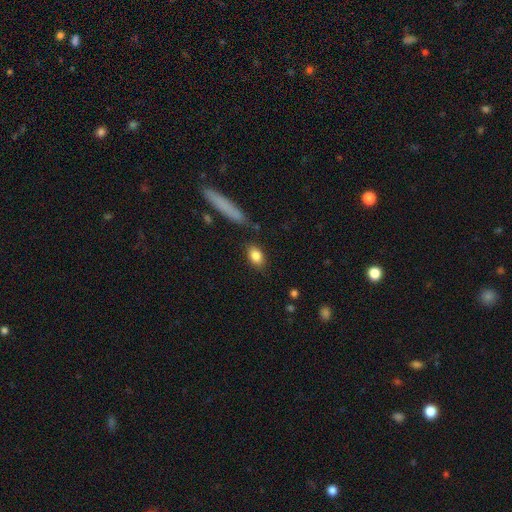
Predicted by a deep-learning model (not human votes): Smooth or featured? Predicted: smooth (p=0.84). How rounded? Predicted: in between (p=0.83). Merging? Predicted: none (p=0.80).